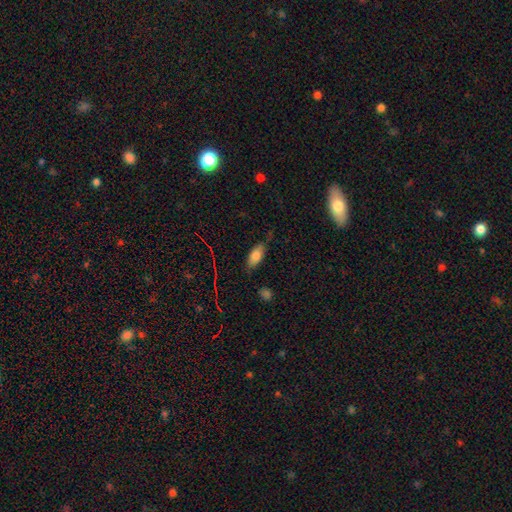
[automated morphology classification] Smooth or featured? smooth (75%)
How rounded? in between (84%)
Merging? none (68%)